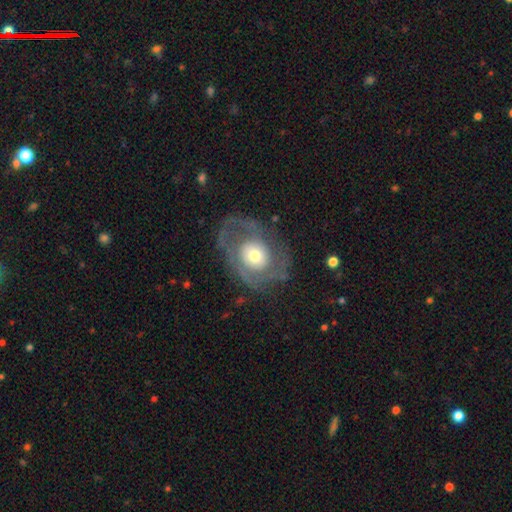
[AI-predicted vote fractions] The model was most divided on "spiral winding": tight: 48%, medium: 37%, loose: 15%. More confident: edge-on disk — no (96%); bar — no (79%); smooth or featured — featured or disk (75%); spiral arms — yes (73%); merging — none (67%); bulge size — moderate (60%); spiral arm count — 2 (55%).